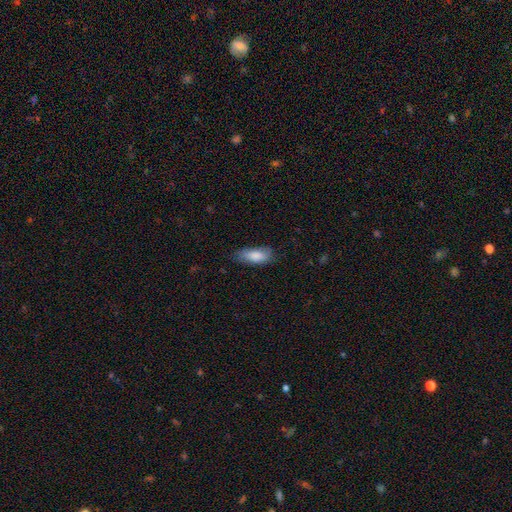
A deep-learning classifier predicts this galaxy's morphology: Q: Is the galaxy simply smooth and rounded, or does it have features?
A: smooth — 83%.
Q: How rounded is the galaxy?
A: in between — 81%.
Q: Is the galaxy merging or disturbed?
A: none — 61%.